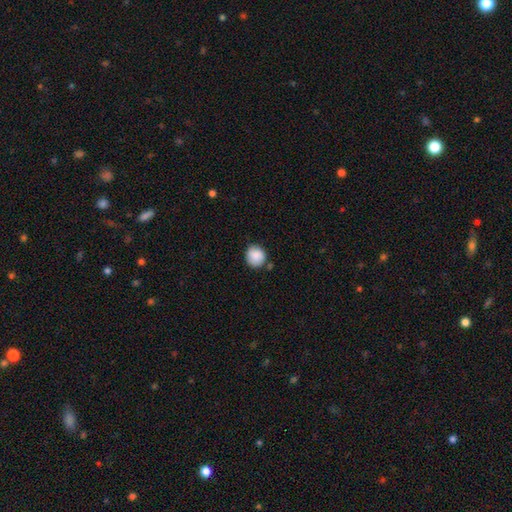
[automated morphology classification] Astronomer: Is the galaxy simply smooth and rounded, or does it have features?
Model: smooth — 87%.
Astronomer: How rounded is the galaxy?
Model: round — 87%.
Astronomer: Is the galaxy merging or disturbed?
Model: none — 75%.